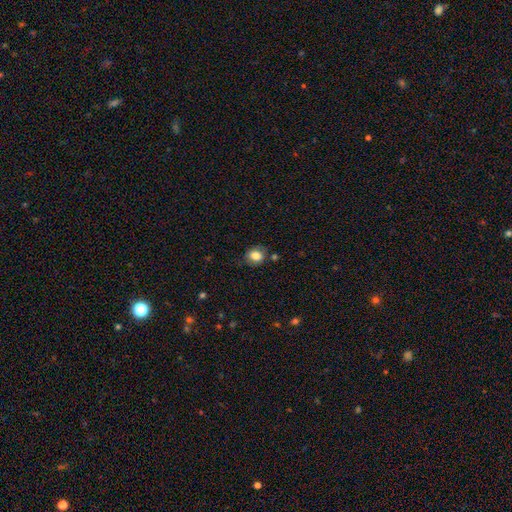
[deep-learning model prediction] Q: Smooth or featured?
A: smooth (81%); runner-up: featured or disk (10%)
Q: How rounded?
A: round (55%); runner-up: in between (44%)
Q: Merging?
A: none (72%); runner-up: minor disturbance (19%)